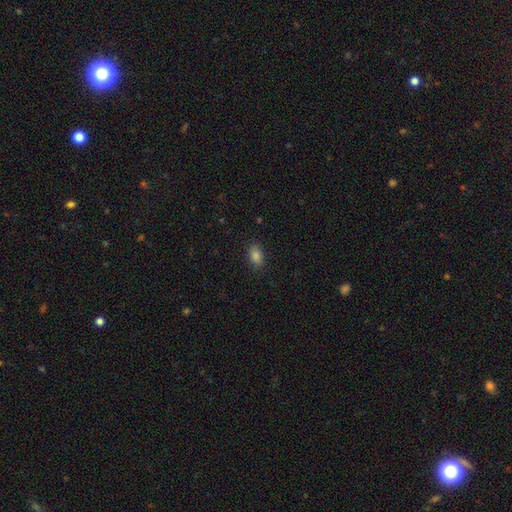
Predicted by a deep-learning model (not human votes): The model was most divided on "smooth or featured": smooth: 85%, star or artifact: 10%, featured or disk: 5%. More confident: how rounded — in between (88%); merging — none (87%).